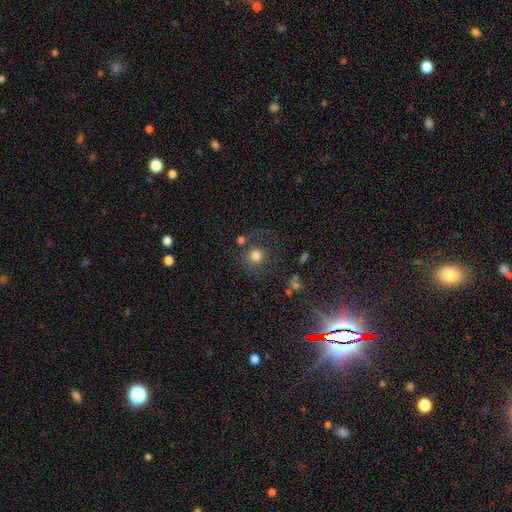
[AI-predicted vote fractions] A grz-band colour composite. It shows a smooth galaxy with no disk features (72%) that is round (90%). Merging: none (62%).